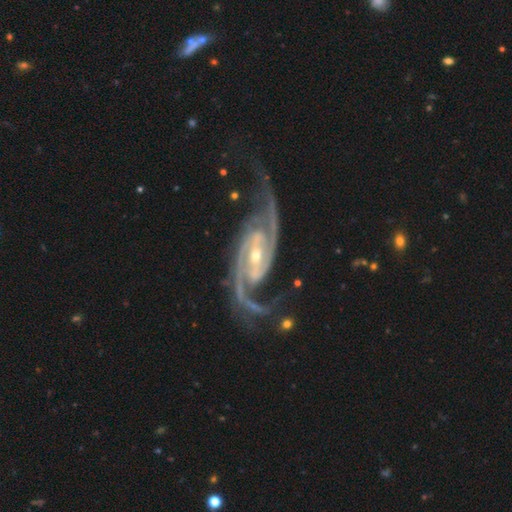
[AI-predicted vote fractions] Smooth or featured: featured or disk — 94% (star or artifact — 4%)
Edge-on disk: no — 97% (yes — 3%)
Bar: strong — 40% (weak — 38%)
Spiral arms: yes — 99% (no — 1%)
Spiral winding: medium — 55% (tight — 26%)
Spiral arm count: 2 — 88% (3 — 4%)
Bulge size: small — 58% (moderate — 38%)
Merging: none — 66% (minor disturbance — 18%)